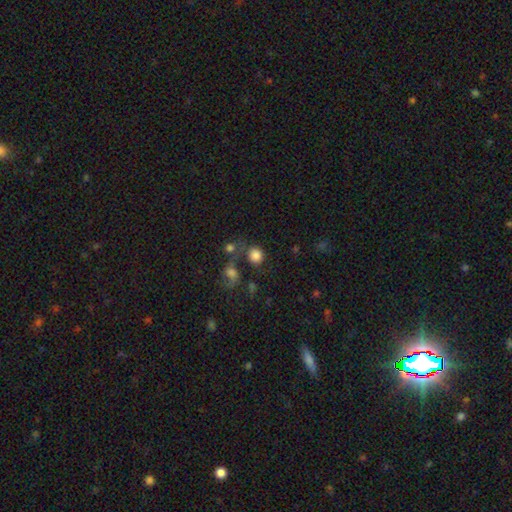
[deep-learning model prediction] Smooth or featured? Predicted: smooth (p=0.82). How rounded? Predicted: round (p=0.84). Merging? Predicted: none (p=0.58).